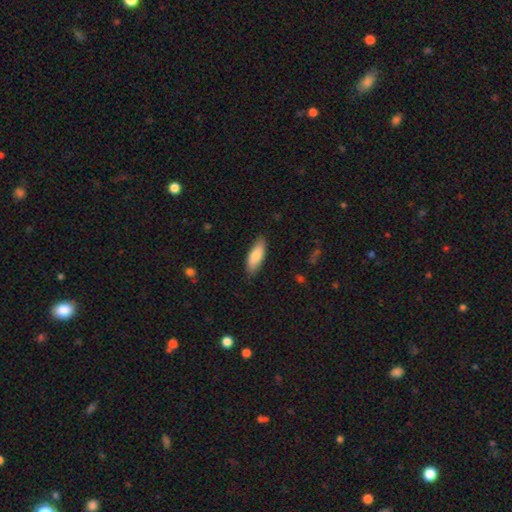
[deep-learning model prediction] smooth 80%, featured or disk 15%, star or artifact 5%. Down the decision tree: how rounded — in between (66%); merging — none (84%).